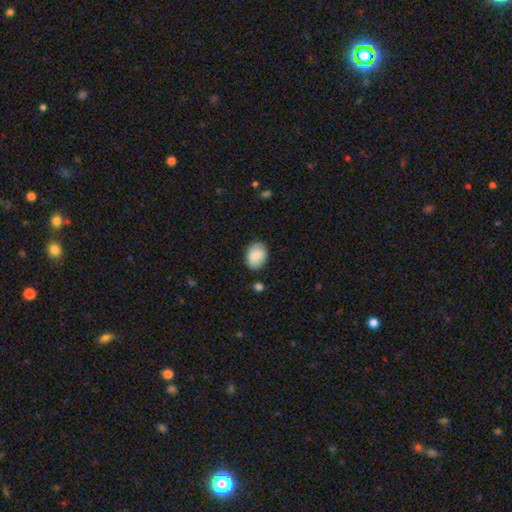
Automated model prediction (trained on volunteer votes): smooth-or-featured: smooth: 83% | featured or disk: 10% | star or artifact: 7%
  how-rounded: in between: 77% | round: 22% | cigar-shaped: 1%
  merging: none: 79% | minor disturbance: 16% | major disturbance: 3% | merger: 2%